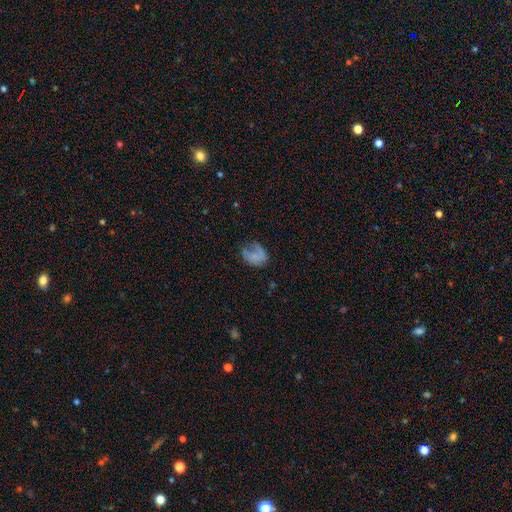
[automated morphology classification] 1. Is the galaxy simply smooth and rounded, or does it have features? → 57% smooth, 31% featured or disk, 12% star or artifact.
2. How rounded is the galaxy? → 66% in between, 33% round, 1% cigar-shaped.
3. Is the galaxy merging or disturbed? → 37% none, 33% major disturbance, 27% minor disturbance, 3% merger.